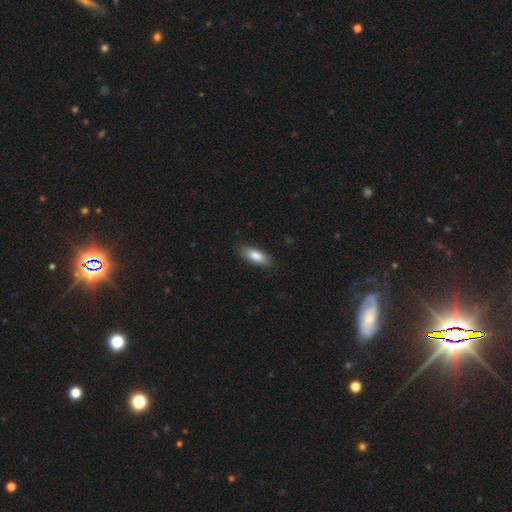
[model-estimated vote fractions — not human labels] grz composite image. It shows a smooth galaxy with no disk features (85%) that is in between round and cigar-shaped (75%). Merging: none (85%).